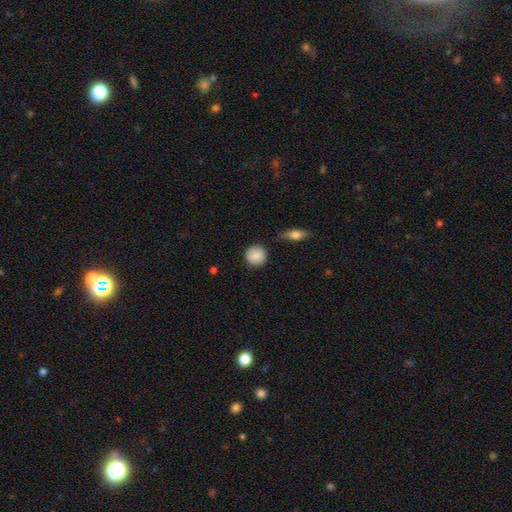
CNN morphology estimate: A smooth galaxy with no disk features (86%) that is round (91%).

Vote fractions:
- Smooth or featured? smooth: 86% / featured or disk: 7% / star or artifact: 7%
- How rounded? round: 91% / in between: 8% / cigar-shaped: 1%
- Merging? none: 83% / minor disturbance: 11% / merger: 3% / major disturbance: 3%